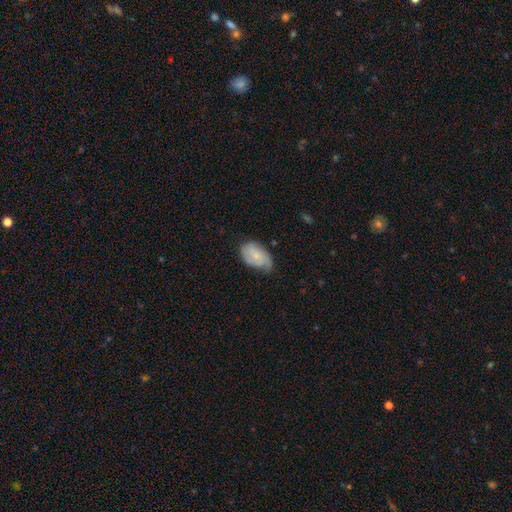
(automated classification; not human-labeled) smooth_or_featured: smooth (p=0.50) [alt: featured or disk p=0.43]
how_rounded: in between (p=0.90) [alt: round p=0.08]
merging: none (p=0.52) [alt: minor disturbance p=0.37]